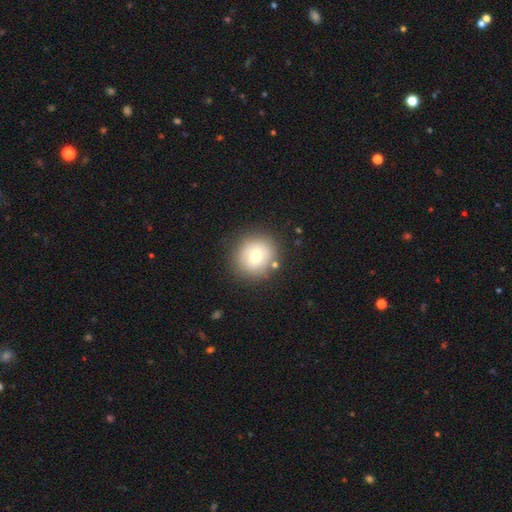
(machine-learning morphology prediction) Overall: smooth (67%). How rounded: round (90%). Merging: none (82%).